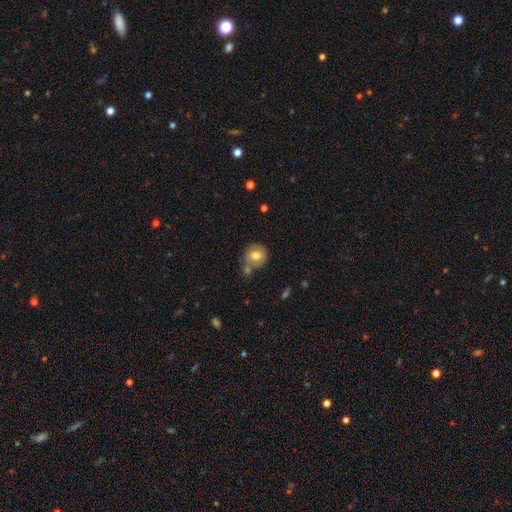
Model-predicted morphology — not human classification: This appears to be a smooth galaxy with no disk features (69%) that is round (69%). Merging: none (51%).